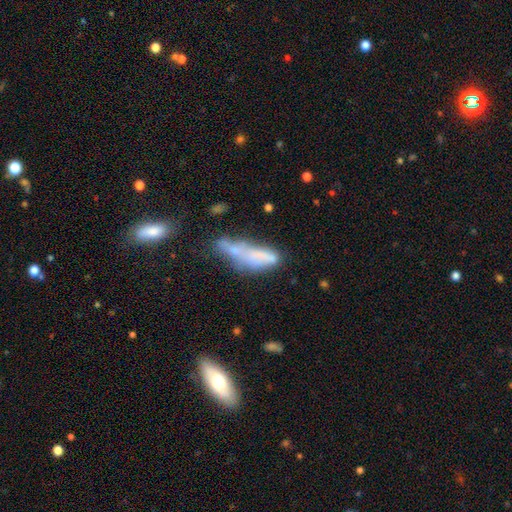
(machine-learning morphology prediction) Smooth or featured: smooth — 52% (featured or disk — 35%)
How rounded: in between — 52% (cigar-shaped — 45%)
Merging: none — 28% (merger — 27%)